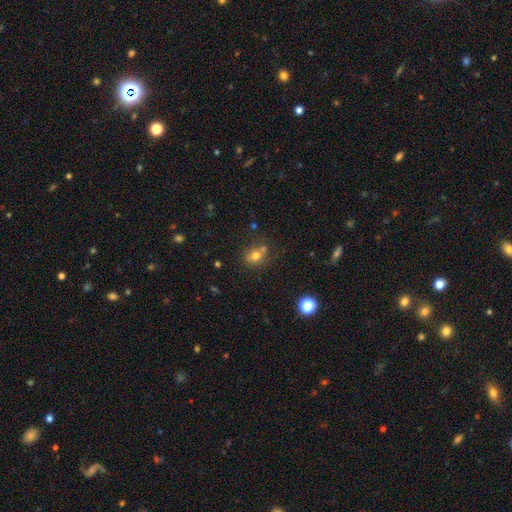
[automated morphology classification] A smooth galaxy with no disk features (70%) that is round (65%).

Vote fractions:
- Smooth or featured? smooth: 70% / star or artifact: 16% / featured or disk: 14%
- How rounded? round: 65% / in between: 34% / cigar-shaped: 1%
- Merging? none: 52% / merger: 27% / minor disturbance: 15% / major disturbance: 6%